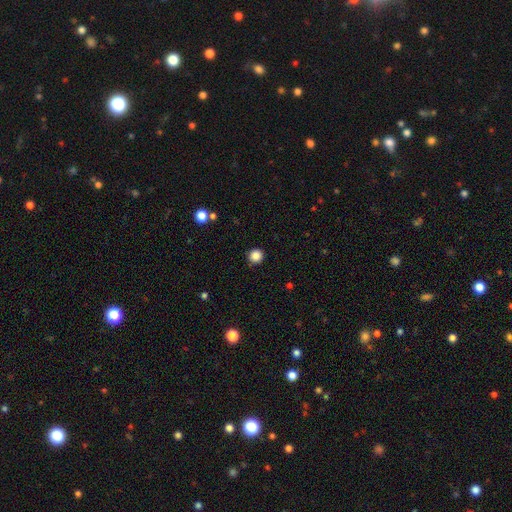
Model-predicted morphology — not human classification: The model was most divided on "smooth or featured": smooth: 85%, star or artifact: 11%, featured or disk: 3%. More confident: how rounded — round (94%); merging — none (91%).